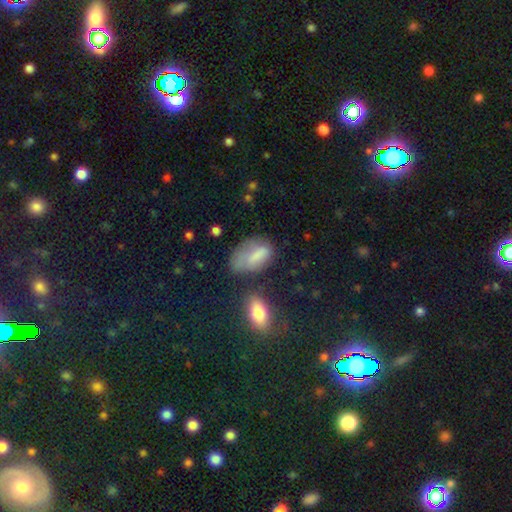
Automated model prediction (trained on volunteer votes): Overall: smooth (72%). How rounded: in between (89%). Merging: none (39%; minor disturbance 32%).